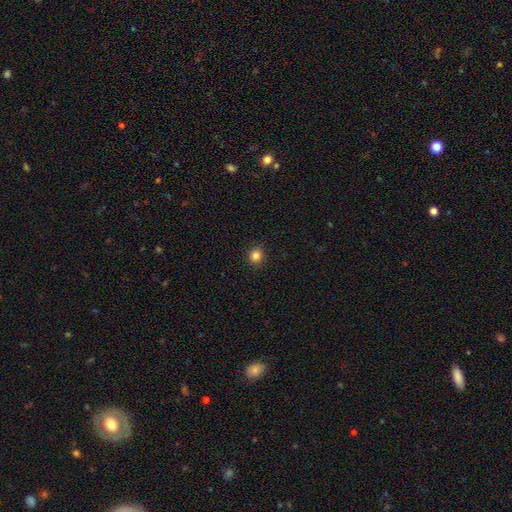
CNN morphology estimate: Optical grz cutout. It shows a smooth galaxy with no disk features (84%) that is round (90%). Merging: none (91%).